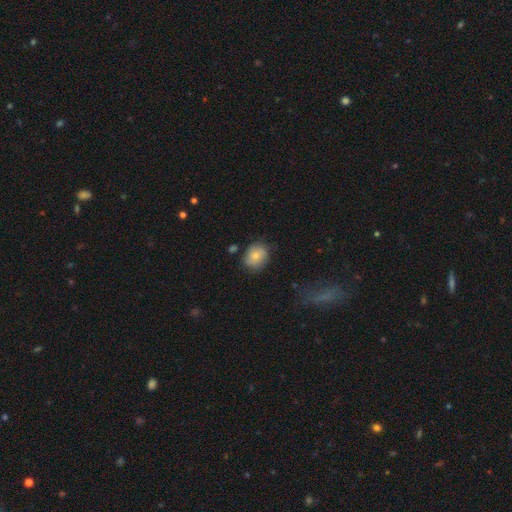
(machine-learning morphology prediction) Q: Smooth or featured?
A: smooth (75%); runner-up: featured or disk (17%)
Q: How rounded?
A: round (54%); runner-up: in between (45%)
Q: Merging?
A: none (74%); runner-up: minor disturbance (19%)